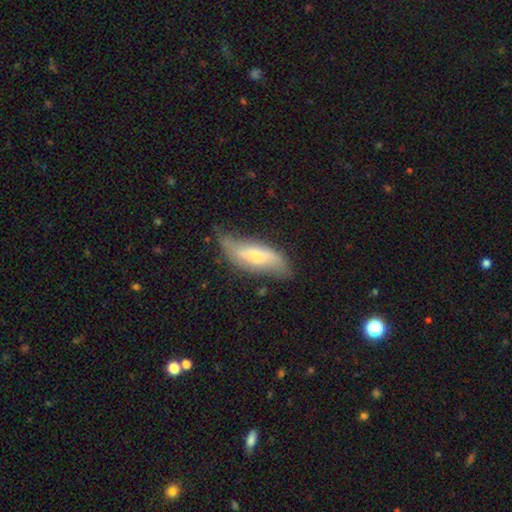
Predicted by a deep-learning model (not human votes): This appears to be a featured or disk galaxy (48%). Merging: none (54%).